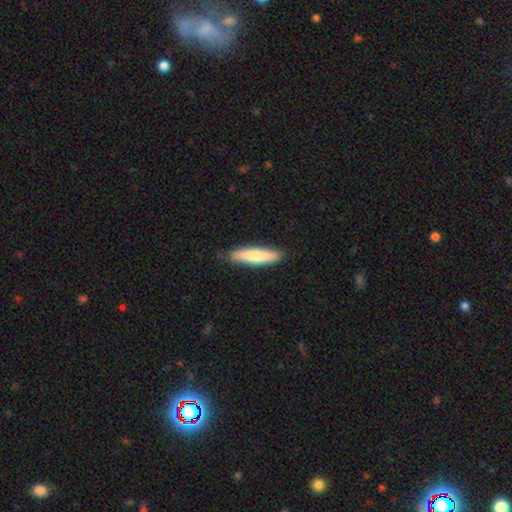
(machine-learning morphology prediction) A smooth galaxy with no disk features (69%) that is cigar-shaped (79%). Merging: none (83%).